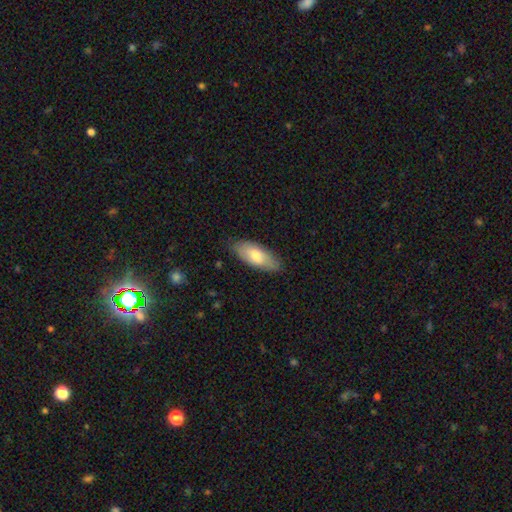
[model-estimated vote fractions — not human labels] smooth 72%, featured or disk 23%, star or artifact 6%. Down the decision tree: how rounded — in between (81%); merging — none (80%).